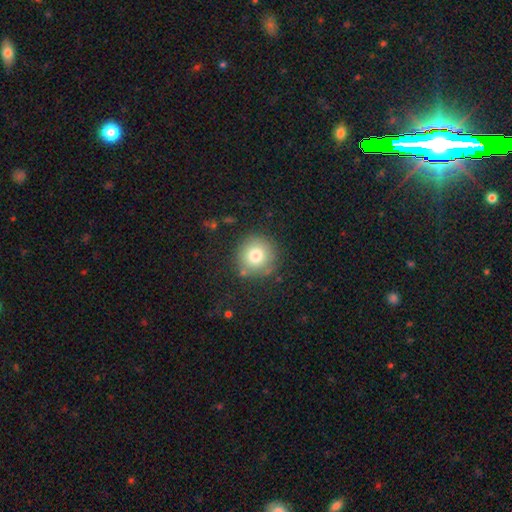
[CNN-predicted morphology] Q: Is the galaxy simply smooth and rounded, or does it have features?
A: smooth — 77%.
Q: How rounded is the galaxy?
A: round — 94%.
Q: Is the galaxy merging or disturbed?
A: none — 83%.